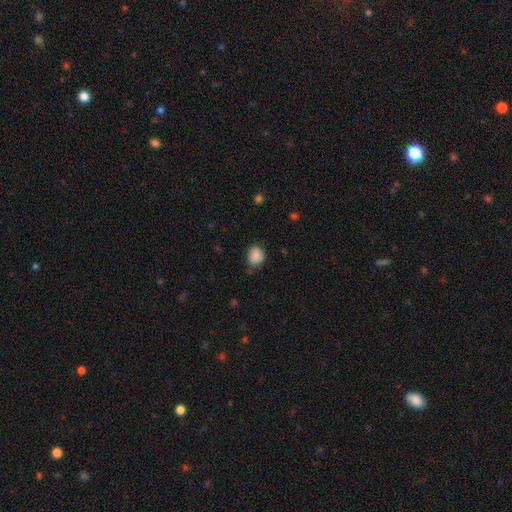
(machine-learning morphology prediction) Smooth or featured? Predicted: smooth (p=0.86). How rounded? Predicted: round (p=0.61). Merging? Predicted: none (p=0.70).